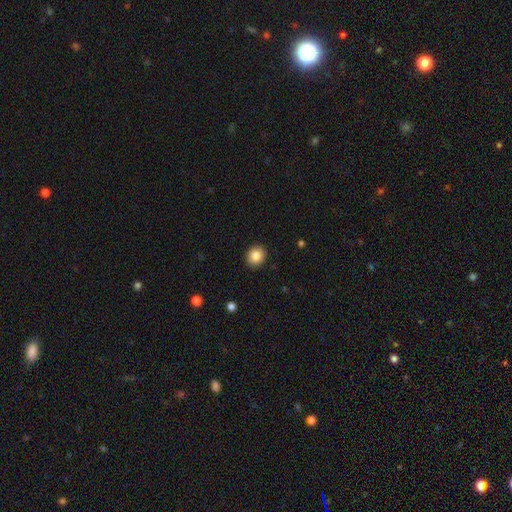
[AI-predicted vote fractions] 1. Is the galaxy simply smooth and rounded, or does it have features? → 85% smooth, 9% star or artifact, 6% featured or disk.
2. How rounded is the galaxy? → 71% round, 28% in between, 1% cigar-shaped.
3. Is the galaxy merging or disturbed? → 91% none, 7% minor disturbance, 2% major disturbance, 1% merger.